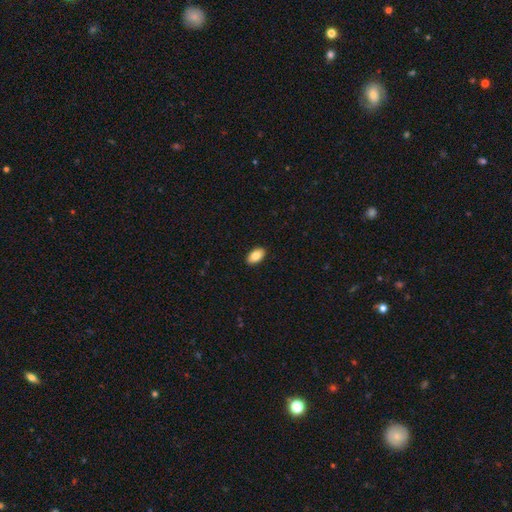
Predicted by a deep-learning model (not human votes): smooth-or-featured: smooth: 86% | featured or disk: 7% | star or artifact: 7%
  how-rounded: in between: 94% | round: 4% | cigar-shaped: 2%
  merging: none: 91% | minor disturbance: 7% | major disturbance: 2% | merger: 1%